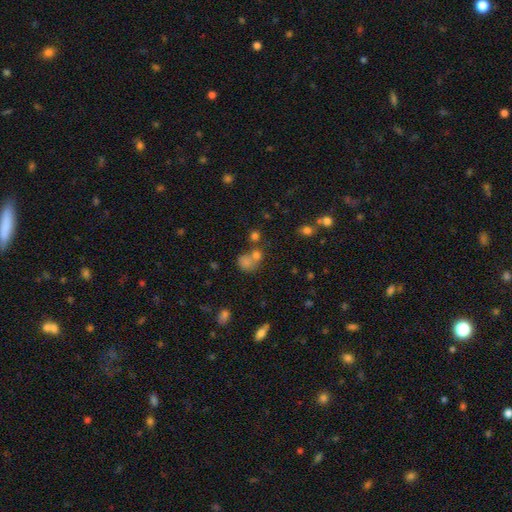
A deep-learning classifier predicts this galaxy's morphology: Q: Smooth or featured?
A: smooth (50%); runner-up: star or artifact (36%)
Q: How rounded?
A: round (74%); runner-up: in between (24%)
Q: Merging?
A: none (50%); runner-up: merger (35%)